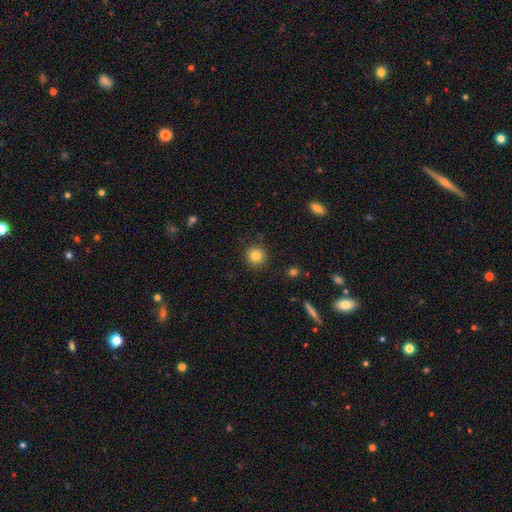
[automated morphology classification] Overall: smooth (82%). How rounded: round (94%). Merging: none (90%).